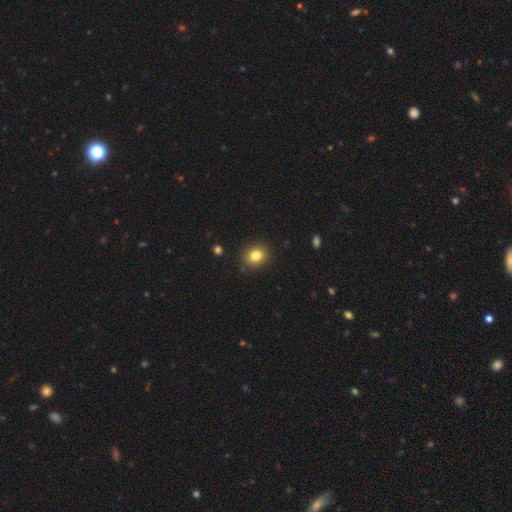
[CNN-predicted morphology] Q: Smooth or featured?
A: smooth (82%); runner-up: star or artifact (11%)
Q: How rounded?
A: round (72%); runner-up: in between (28%)
Q: Merging?
A: none (89%); runner-up: minor disturbance (8%)